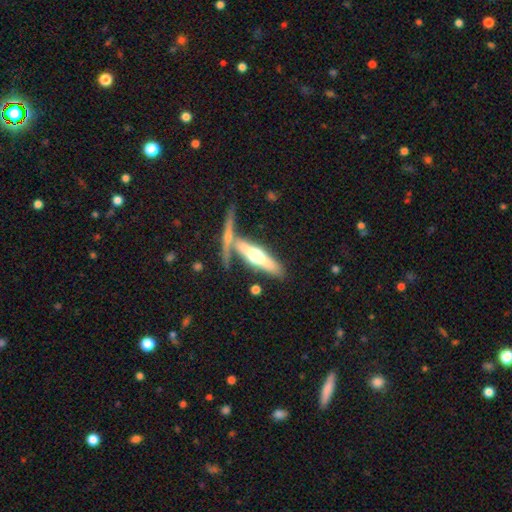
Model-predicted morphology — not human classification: Q: Smooth or featured?
A: featured or disk (59%); runner-up: smooth (35%)
Q: Edge-on disk?
A: yes (91%); runner-up: no (9%)
Q: Edge-on bulge?
A: rounded (94%); runner-up: boxy (3%)
Q: Merging?
A: none (52%); runner-up: merger (29%)